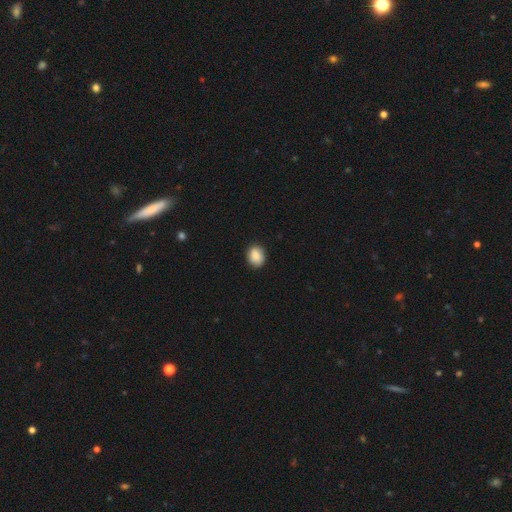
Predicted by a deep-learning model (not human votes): Smooth or featured?
  - smooth: 88% *
  - star or artifact: 8%
  - featured or disk: 4%
How rounded?
  - in between: 53% *
  - round: 46%
  - cigar-shaped: 1%
Merging?
  - none: 86% *
  - minor disturbance: 10%
  - major disturbance: 2%
  - merger: 1%